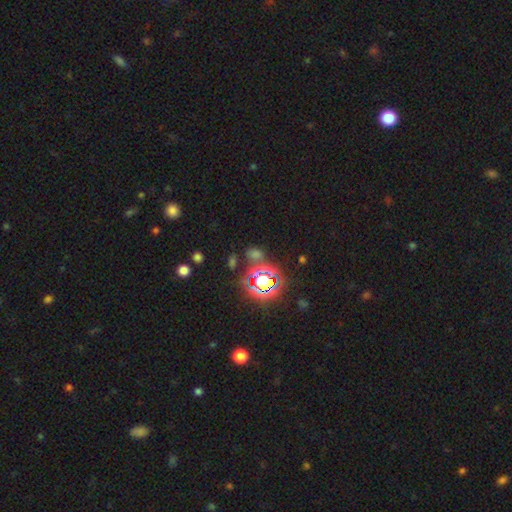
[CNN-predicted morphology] Smooth or featured? star or artifact (63%)